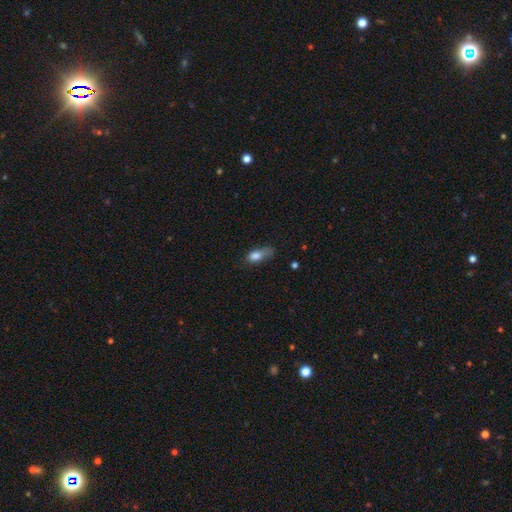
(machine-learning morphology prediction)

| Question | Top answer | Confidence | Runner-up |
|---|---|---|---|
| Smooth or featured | smooth | 76% | featured or disk (14%) |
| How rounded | in between | 74% | cigar-shaped (14%) |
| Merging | minor disturbance | 35% | major disturbance (32%) |